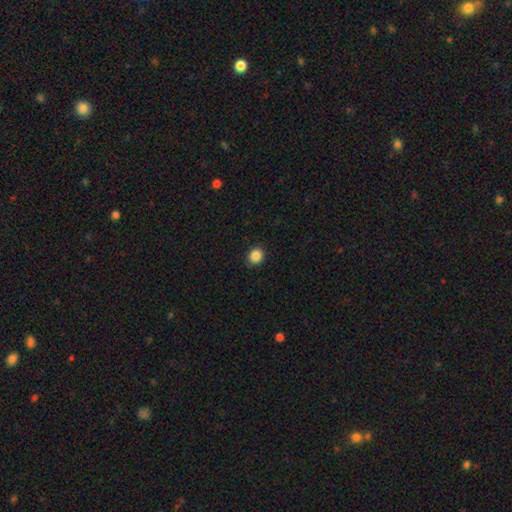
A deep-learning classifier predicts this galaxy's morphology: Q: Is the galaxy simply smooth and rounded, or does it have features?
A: smooth — 87%.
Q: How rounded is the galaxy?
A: round — 77%.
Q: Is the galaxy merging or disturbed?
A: none — 91%.